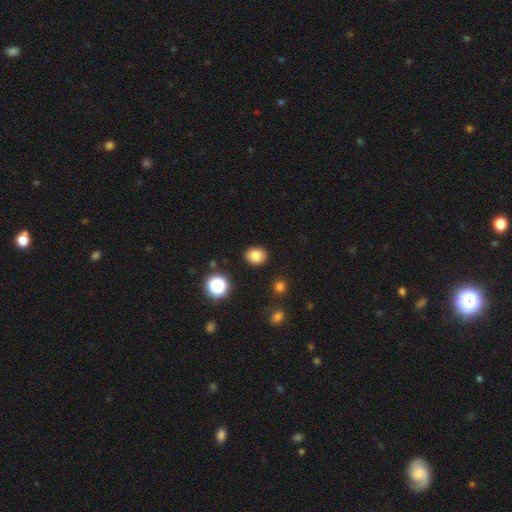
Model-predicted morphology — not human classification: Smooth or featured? smooth (81%)
How rounded? round (61%)
Merging? none (89%)